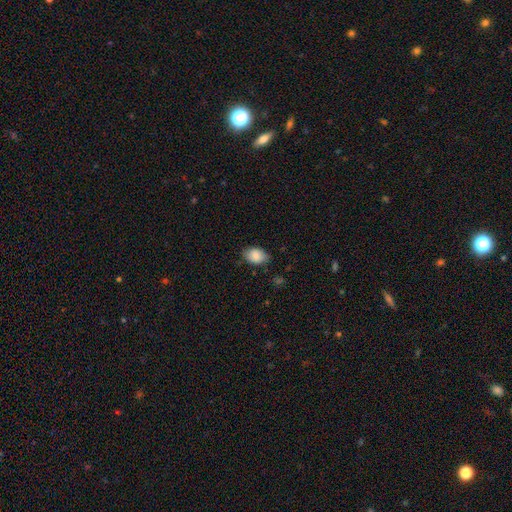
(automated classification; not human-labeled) This is clearly a smooth galaxy (86%). How rounded: clearly in between (83%). Merging: likely none (76%).